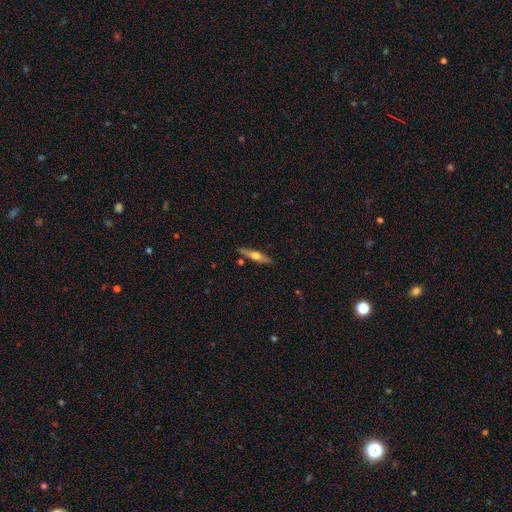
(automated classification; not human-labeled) featured or disk 55%, smooth 39%, star or artifact 6%. Down the decision tree: edge-on disk — yes (94%); edge-on bulge — rounded (91%); merging — none (85%).